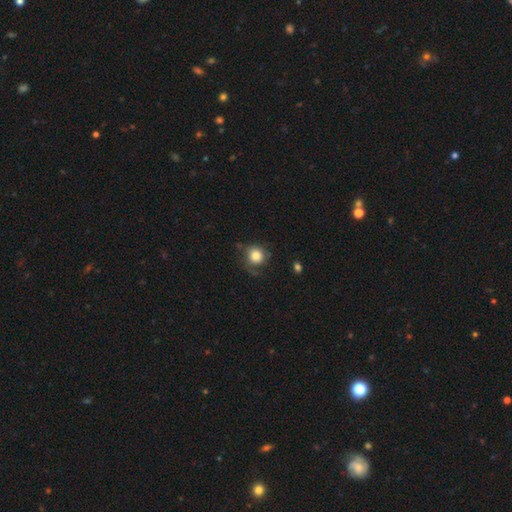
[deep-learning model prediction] This is likely a smooth galaxy (77%). How rounded: clearly round (85%). Merging: possibly none (55%).